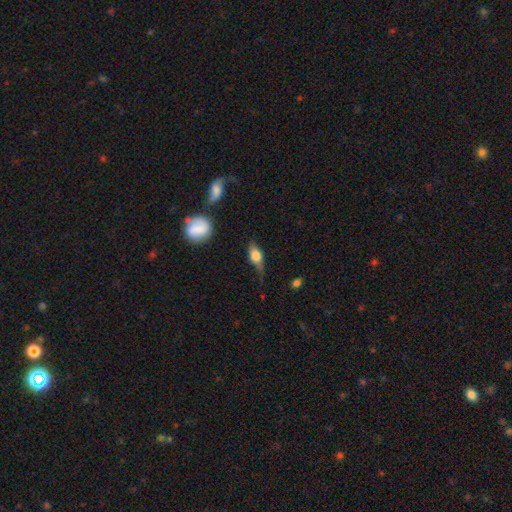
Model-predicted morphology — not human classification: smooth_or_featured: smooth (p=0.60) [alt: featured or disk p=0.32]
how_rounded: in between (p=0.71) [alt: round p=0.15]
merging: none (p=0.50) [alt: minor disturbance p=0.33]